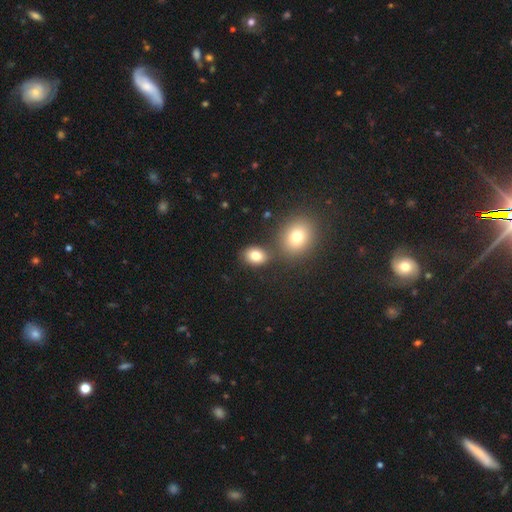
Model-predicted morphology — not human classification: Smooth or featured? smooth (80%)
How rounded? in between (61%)
Merging? none (71%)